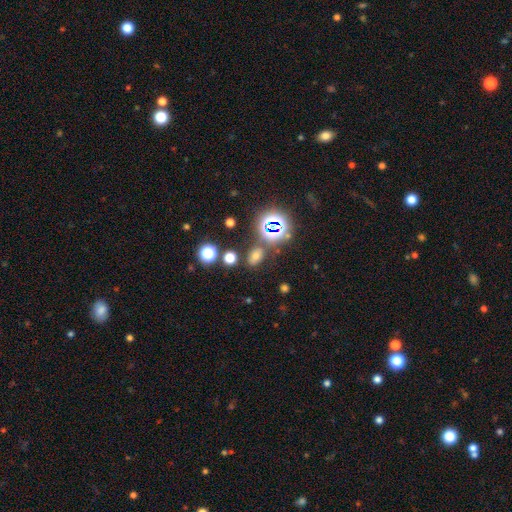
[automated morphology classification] smooth 57%, star or artifact 33%, featured or disk 9%. Down the decision tree: how rounded — in between (73%); merging — none (78%).